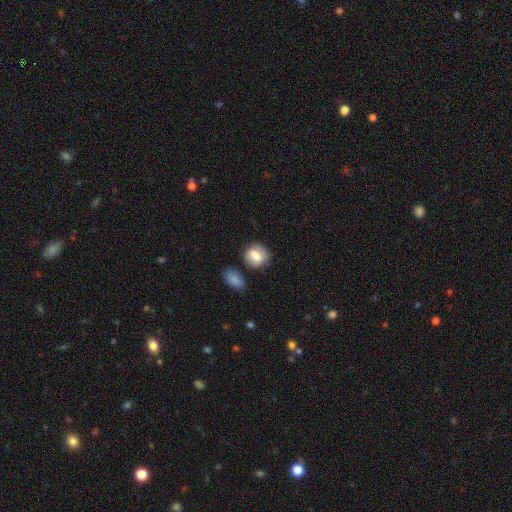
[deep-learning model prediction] A smooth galaxy with no disk features (76%) that is round (60%).

Vote fractions:
- Smooth or featured? smooth: 76% / featured or disk: 16% / star or artifact: 8%
- How rounded? round: 60% / in between: 38% / cigar-shaped: 2%
- Merging? none: 69% / minor disturbance: 18% / merger: 8% / major disturbance: 5%